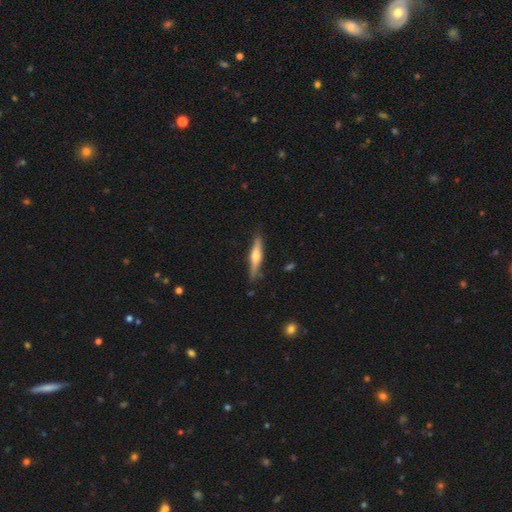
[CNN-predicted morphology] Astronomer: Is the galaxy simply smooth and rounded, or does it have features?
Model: featured or disk — 57% (runner-up: smooth, 38%).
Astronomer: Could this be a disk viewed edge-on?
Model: yes — 96%.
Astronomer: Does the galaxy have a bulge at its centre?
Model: rounded — 89%.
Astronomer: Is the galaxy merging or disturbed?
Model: none — 85%.